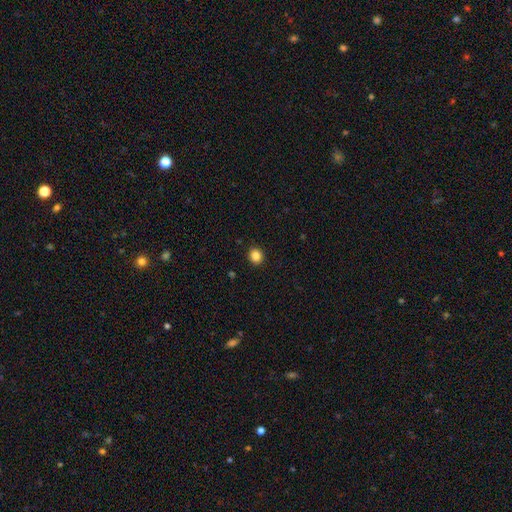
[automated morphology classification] Overall: smooth (85%). How rounded: round (82%). Merging: none (92%).